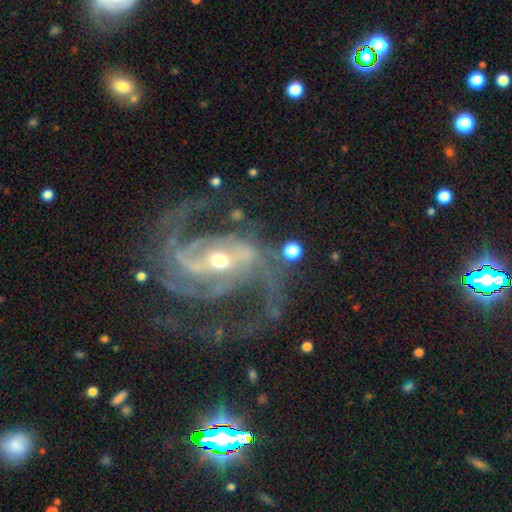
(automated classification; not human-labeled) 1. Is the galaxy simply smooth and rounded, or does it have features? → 91% featured or disk, 6% star or artifact, 2% smooth.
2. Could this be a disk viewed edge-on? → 98% no, 2% yes.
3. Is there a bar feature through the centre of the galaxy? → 49% strong, 34% weak, 17% no.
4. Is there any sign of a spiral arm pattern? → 98% yes, 2% no.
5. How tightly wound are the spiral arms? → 59% medium, 22% tight, 19% loose.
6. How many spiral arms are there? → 73% 2, 11% 3, 5% can't tell, 4% 4, 4% 1, 3% more than 4.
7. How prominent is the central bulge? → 54% small, 42% moderate, 2% large, 1% none, 1% dominant.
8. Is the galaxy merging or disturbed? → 66% none, 16% minor disturbance, 15% major disturbance, 3% merger.